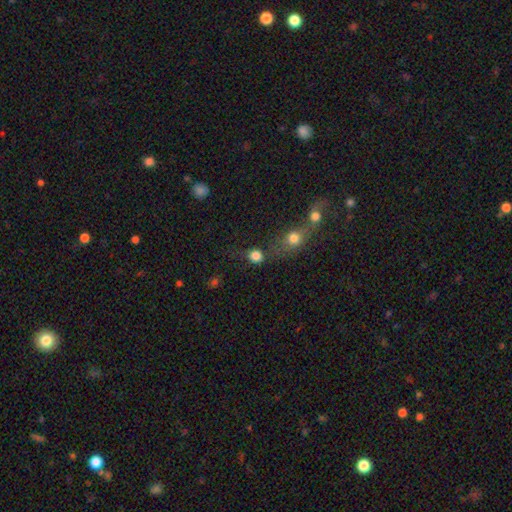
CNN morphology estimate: The model was most divided on "merging": none: 49%, merger: 27%, minor disturbance: 13%, major disturbance: 11%. More confident: smooth or featured — smooth (80%); how rounded — round (77%).